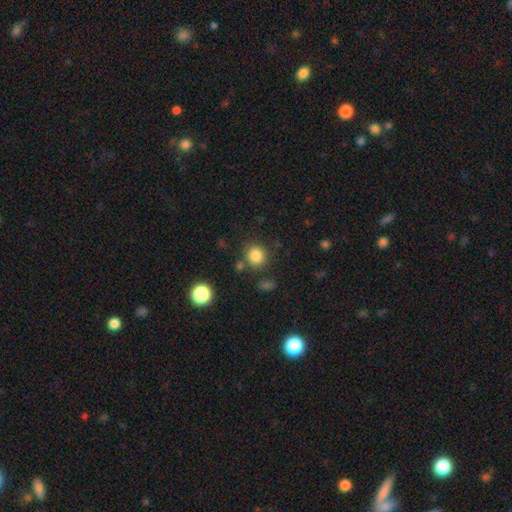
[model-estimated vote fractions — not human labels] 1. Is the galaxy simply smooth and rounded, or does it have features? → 83% smooth, 12% star or artifact, 5% featured or disk.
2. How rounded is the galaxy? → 89% round, 11% in between, 1% cigar-shaped.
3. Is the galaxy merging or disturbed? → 81% none, 9% minor disturbance, 6% merger, 4% major disturbance.